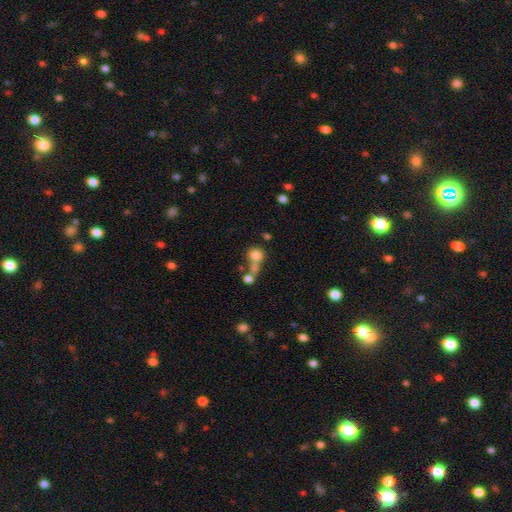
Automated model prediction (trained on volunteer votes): smooth_or_featured: smooth (p=0.67) [alt: star or artifact p=0.20]
how_rounded: round (p=0.84) [alt: in between p=0.15]
merging: none (p=0.45) [alt: merger p=0.39]